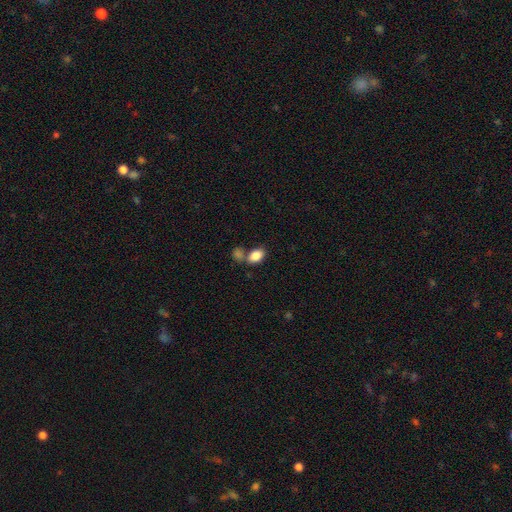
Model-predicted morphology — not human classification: Overall: smooth (85%). How rounded: in between (85%). Merging: none (49%; merger 33%).